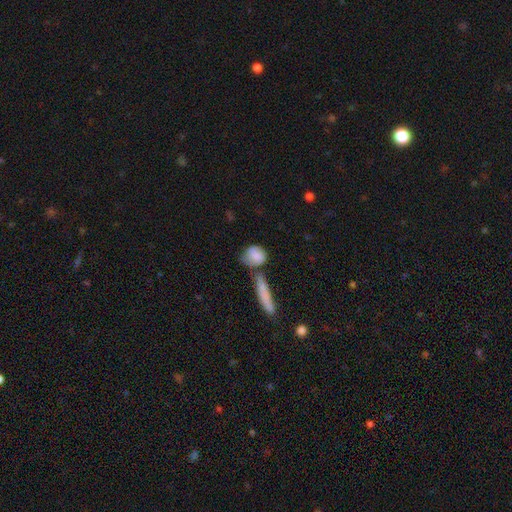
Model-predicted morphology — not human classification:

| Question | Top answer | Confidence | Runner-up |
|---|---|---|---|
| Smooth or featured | smooth | 78% | featured or disk (15%) |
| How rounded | round | 50% | in between (40%) |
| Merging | none | 44% | merger (24%) |